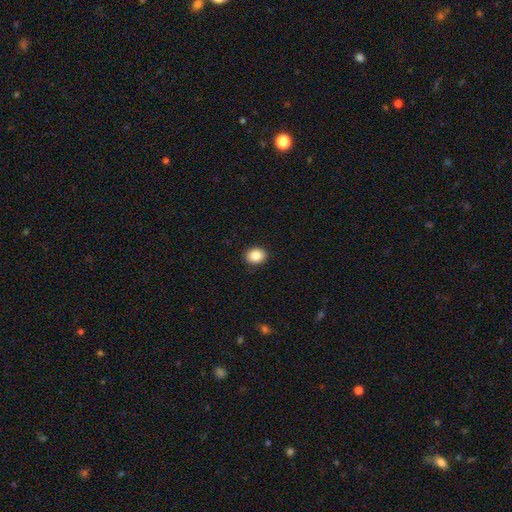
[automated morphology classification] This appears to be a smooth galaxy with no disk features (86%) that is round (52%). Merging: none (91%).